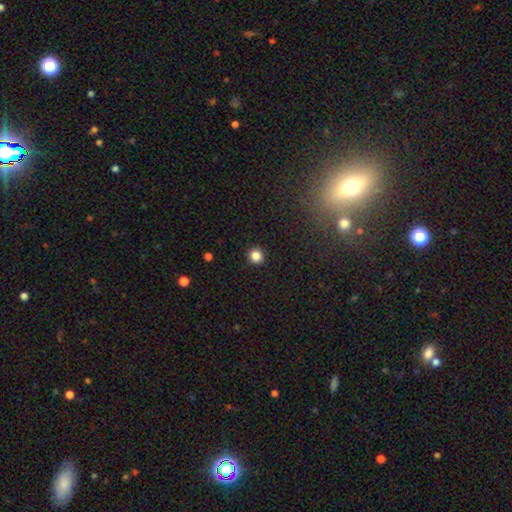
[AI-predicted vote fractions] The model was most divided on "smooth or featured": smooth: 85%, star or artifact: 12%, featured or disk: 4%. More confident: merging — none (93%); how rounded — round (92%).